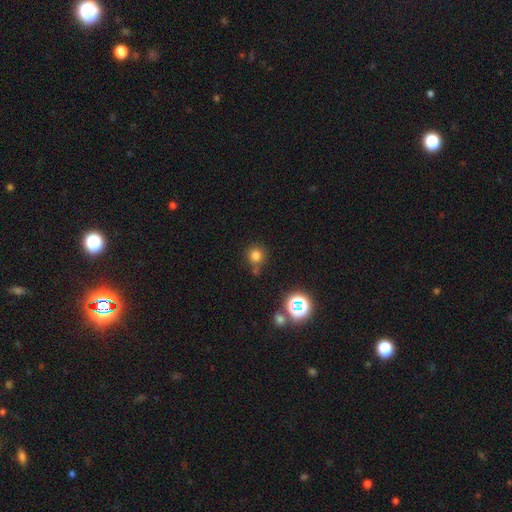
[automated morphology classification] Smooth or featured?
  - smooth: 77% *
  - star or artifact: 17%
  - featured or disk: 6%
How rounded?
  - round: 92% *
  - in between: 7%
  - cigar-shaped: 1%
Merging?
  - none: 70% *
  - minor disturbance: 13%
  - merger: 13%
  - major disturbance: 4%